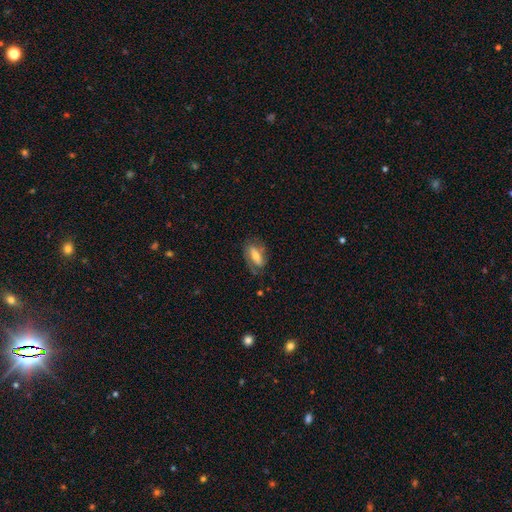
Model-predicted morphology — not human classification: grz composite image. It shows a featured or disk galaxy (54%). Merging: none (64%).